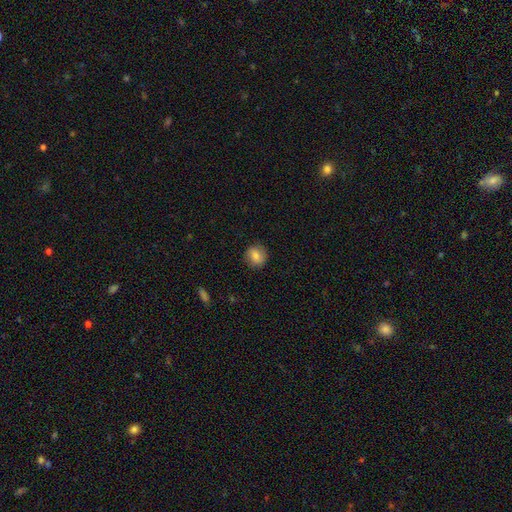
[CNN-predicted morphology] Smooth or featured? smooth (78%)
How rounded? round (83%)
Merging? none (86%)